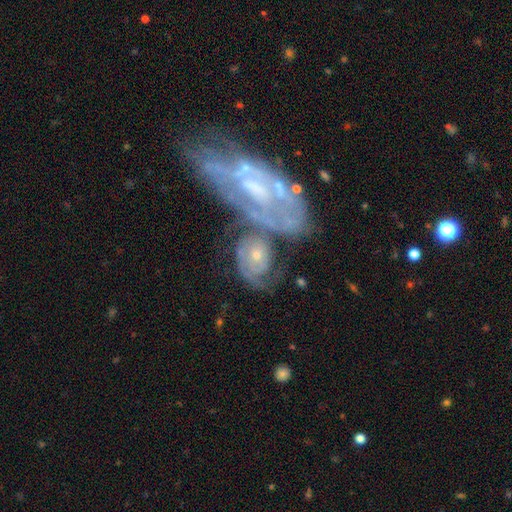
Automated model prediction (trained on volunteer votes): Overall: featured or disk (75%). Edge-on disk: no (95%). Bar: no (75%). Spiral arms: yes (81%). Spiral arm count: can't tell (43%; 2 32%). Spiral winding: tight (65%; medium 27%). Bulge size: small (52%; moderate 40%). Merging: none (37%; merger 34%).